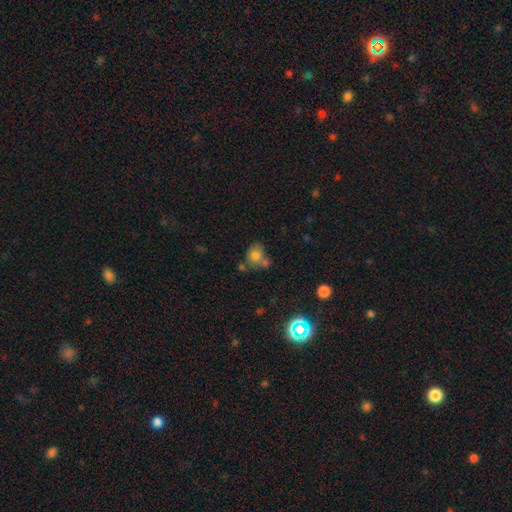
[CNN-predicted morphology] type=smooth (74%); roundness=round (58%); merging=none (39%).